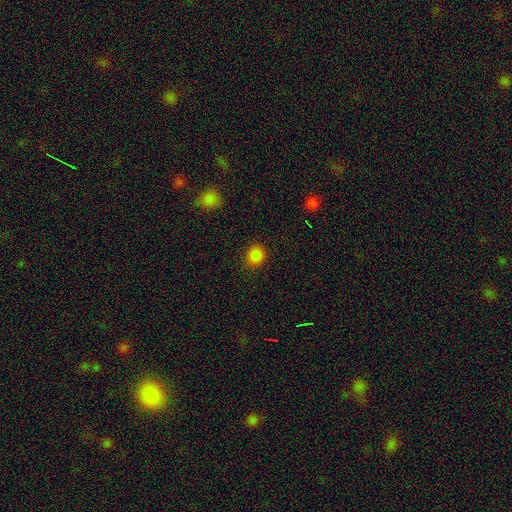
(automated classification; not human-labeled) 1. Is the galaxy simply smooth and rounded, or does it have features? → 84% smooth, 12% star or artifact, 3% featured or disk.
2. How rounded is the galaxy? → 71% round, 28% in between, 1% cigar-shaped.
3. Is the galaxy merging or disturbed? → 88% none, 9% minor disturbance, 3% major disturbance, 1% merger.